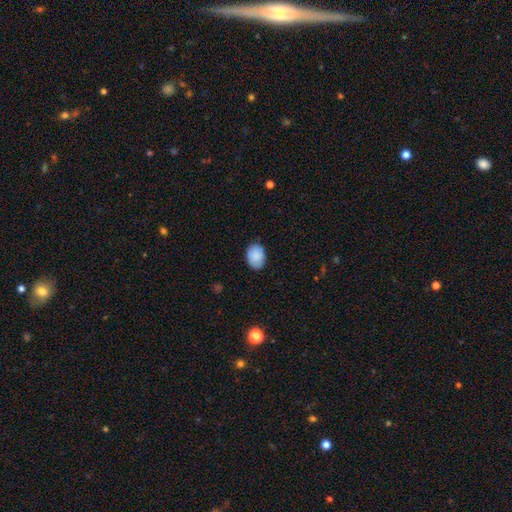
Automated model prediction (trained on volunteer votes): This appears to be a smooth galaxy with no disk features (88%) that is in between round and cigar-shaped (72%). Merging: none (84%).